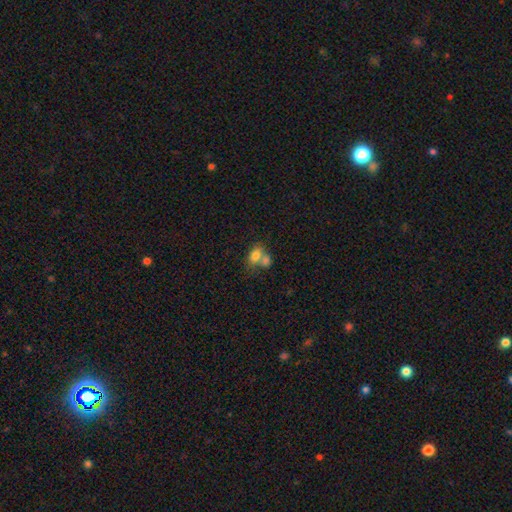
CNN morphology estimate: Smooth or featured? smooth (77%)
How rounded? in between (72%)
Merging? merger (57%)